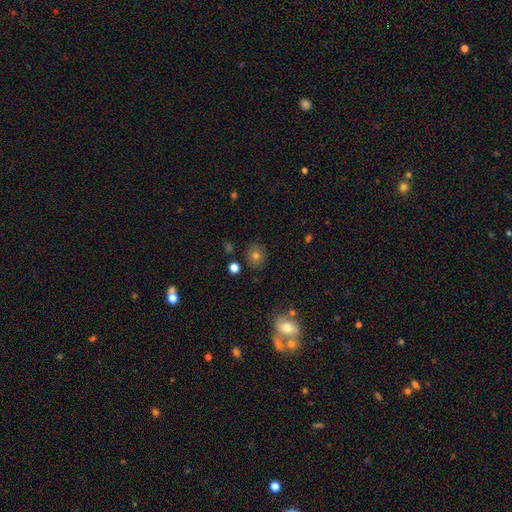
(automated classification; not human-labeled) This is likely a smooth galaxy (75%). How rounded: likely round (78%). Merging: clearly none (84%).